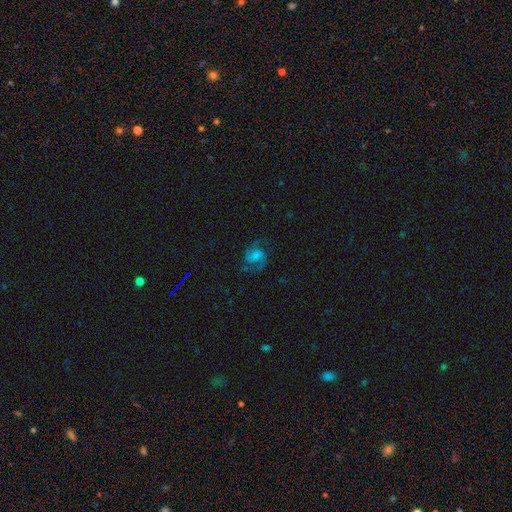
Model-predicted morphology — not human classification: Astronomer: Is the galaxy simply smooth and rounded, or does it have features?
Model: featured or disk — 79%.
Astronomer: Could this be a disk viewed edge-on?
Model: no — 98%.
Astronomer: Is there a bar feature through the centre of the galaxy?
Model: weak — 50% (runner-up: no, 34%).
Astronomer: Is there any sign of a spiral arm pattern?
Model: yes — 96%.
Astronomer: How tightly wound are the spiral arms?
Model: medium — 57%.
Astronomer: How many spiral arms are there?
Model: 2 — 92%.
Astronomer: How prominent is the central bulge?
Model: none — 38% (runner-up: small, 27%).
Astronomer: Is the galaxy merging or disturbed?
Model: none — 73%.